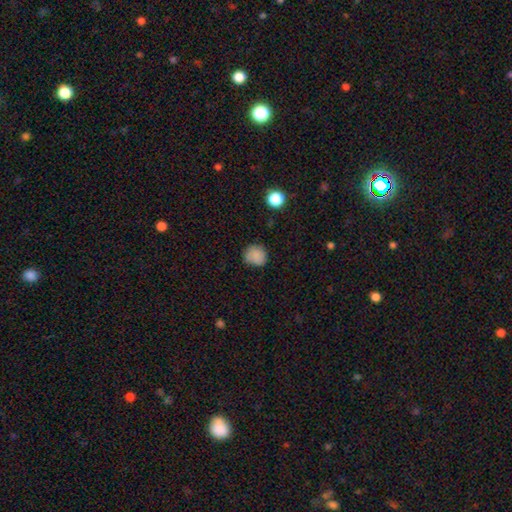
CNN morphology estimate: type=smooth (84%); roundness=round (85%); merging=none (75%).